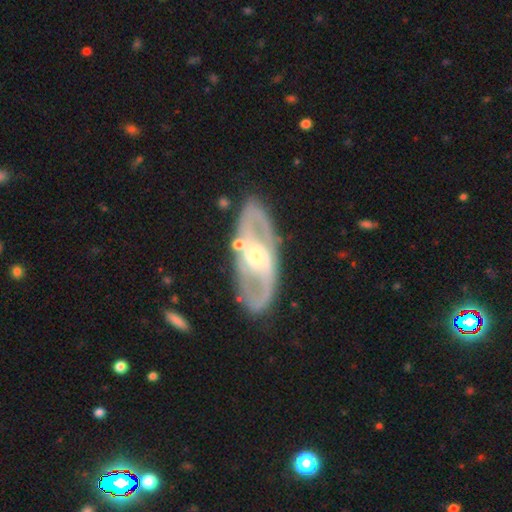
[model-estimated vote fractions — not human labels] Smooth or featured? featured or disk (84%)
Edge-on disk? no (91%)
Bar? no (48%)
Spiral arms? yes (83%)
Spiral winding? medium (48%)
Spiral arm count? 2 (83%)
Bulge size? moderate (58%)
Merging? none (81%)